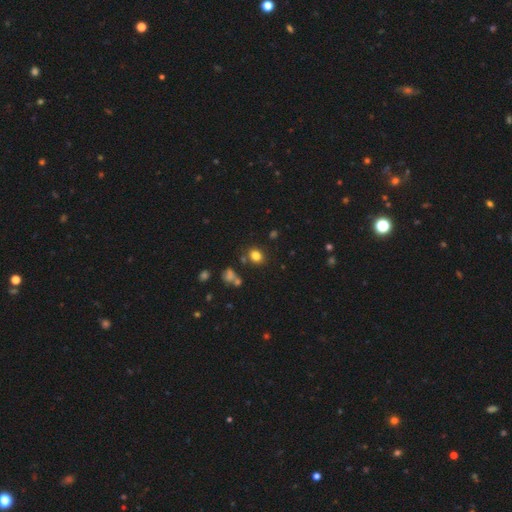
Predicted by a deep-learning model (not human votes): Smooth or featured?
  - smooth: 80% *
  - star or artifact: 14%
  - featured or disk: 6%
How rounded?
  - round: 56% *
  - in between: 43%
  - cigar-shaped: 1%
Merging?
  - none: 81% *
  - minor disturbance: 10%
  - merger: 5%
  - major disturbance: 3%